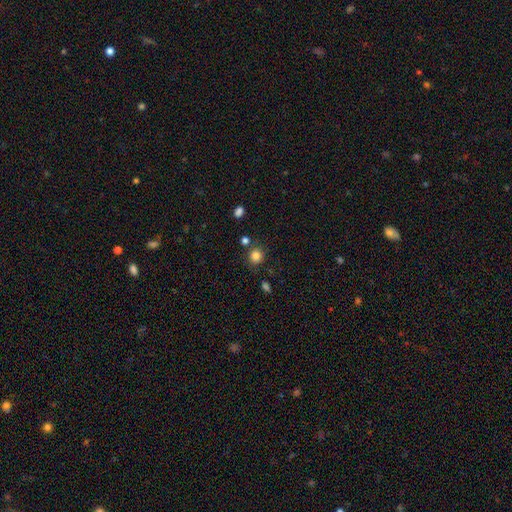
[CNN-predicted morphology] A smooth galaxy with no disk features (82%) that is round (88%). Merging: none (79%).